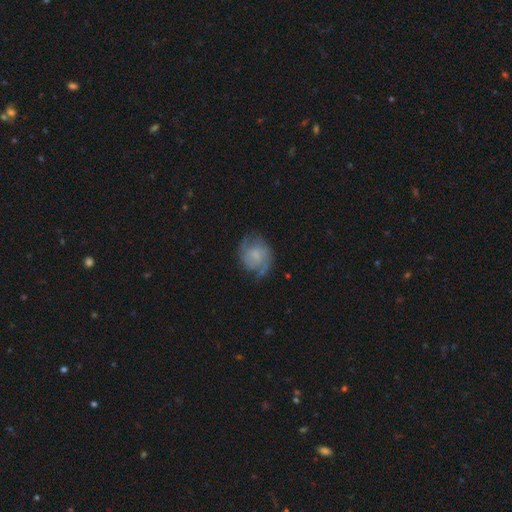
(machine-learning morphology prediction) type=featured or disk (55%); edge-on=no (97%); bar=no (64%); spiral arms=yes (81%); bulge=small (33%); merging=none (60%).